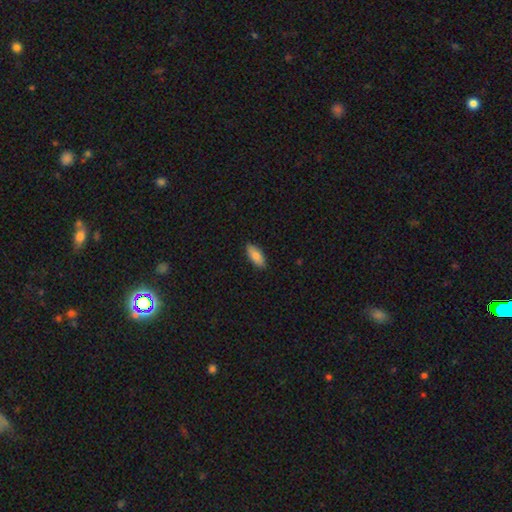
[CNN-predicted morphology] This appears to be a smooth galaxy with no disk features (82%) that is in between round and cigar-shaped (84%). Merging: none (86%).